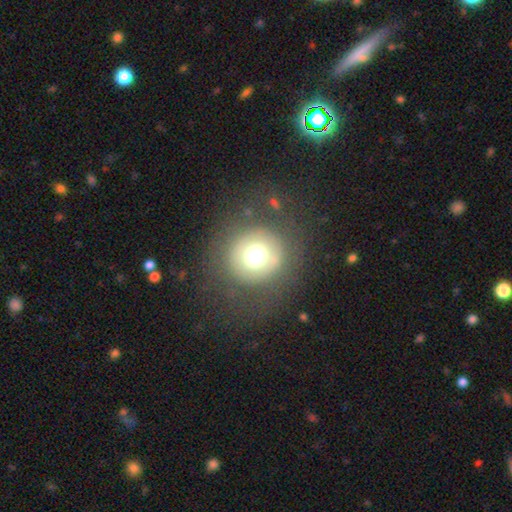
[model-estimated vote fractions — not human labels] Smooth or featured? Predicted: smooth (p=0.66). How rounded? Predicted: round (p=0.92). Merging? Predicted: none (p=0.78).